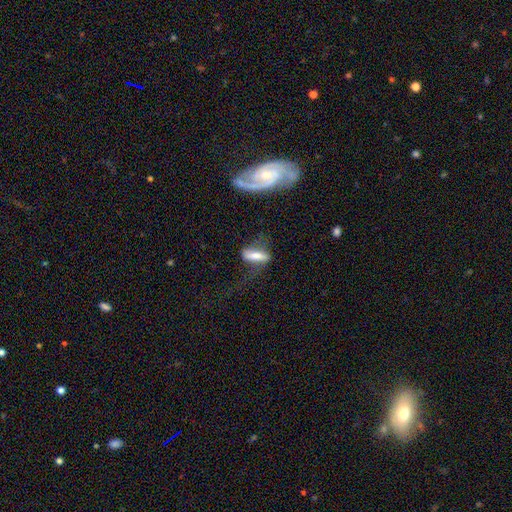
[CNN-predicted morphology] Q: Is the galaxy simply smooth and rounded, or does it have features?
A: smooth — 52%.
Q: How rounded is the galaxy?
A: cigar-shaped — 53%.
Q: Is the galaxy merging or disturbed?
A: none — 44%.